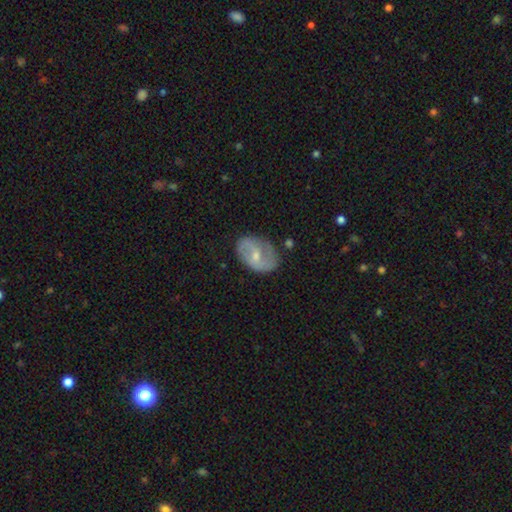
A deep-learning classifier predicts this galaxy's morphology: Smooth or featured? Predicted: featured or disk (p=0.65). Edge-on disk? Predicted: no (p=0.96). Bar? Predicted: weak (p=0.49). Spiral arms? Predicted: yes (p=0.79). Bulge size? Predicted: small (p=0.52). Merging? Predicted: none (p=0.69).